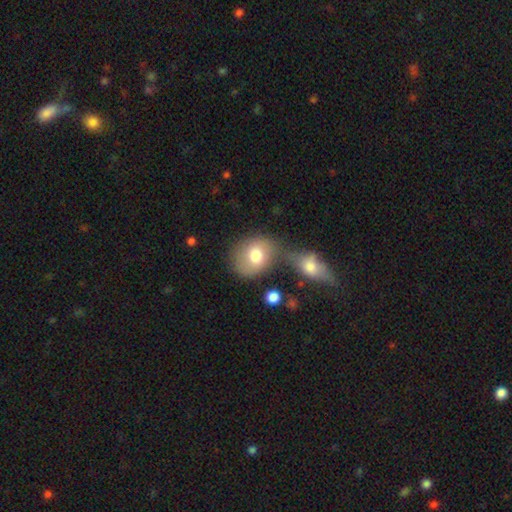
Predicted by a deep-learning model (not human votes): This appears to be a smooth galaxy with no disk features (72%) that is round (52%). Merging: none (46%).